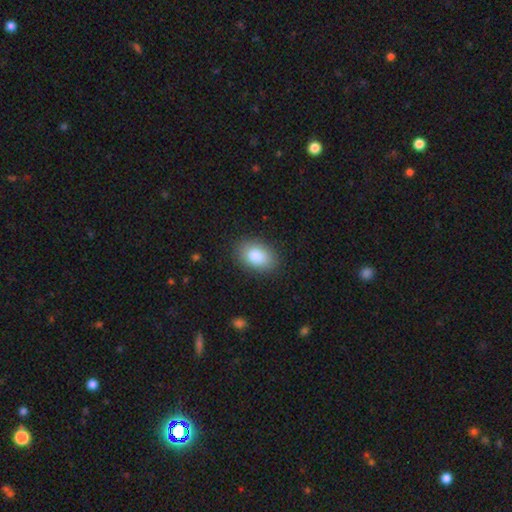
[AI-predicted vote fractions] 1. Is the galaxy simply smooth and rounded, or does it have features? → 84% smooth, 8% featured or disk, 8% star or artifact.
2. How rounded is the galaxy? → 84% in between, 15% round, 1% cigar-shaped.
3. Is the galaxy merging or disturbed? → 87% none, 10% minor disturbance, 3% major disturbance, 1% merger.